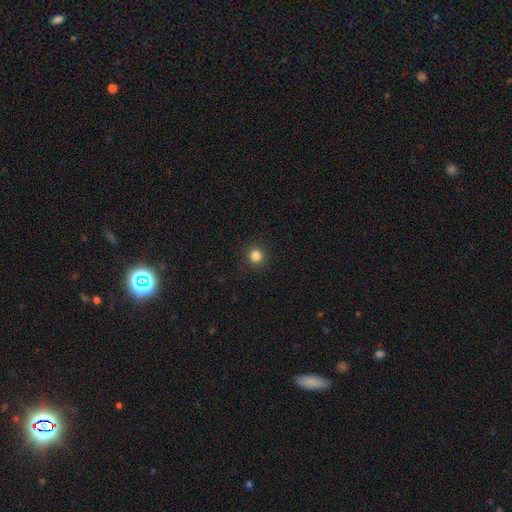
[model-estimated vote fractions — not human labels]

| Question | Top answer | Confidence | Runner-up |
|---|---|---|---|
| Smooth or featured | smooth | 83% | star or artifact (13%) |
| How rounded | round | 94% | in between (5%) |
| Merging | none | 92% | minor disturbance (5%) |